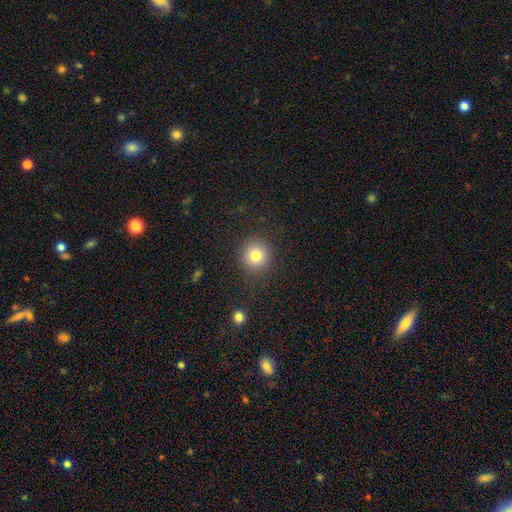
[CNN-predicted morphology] This appears to be a smooth galaxy with no disk features (80%) that is round (93%). Merging: none (88%).